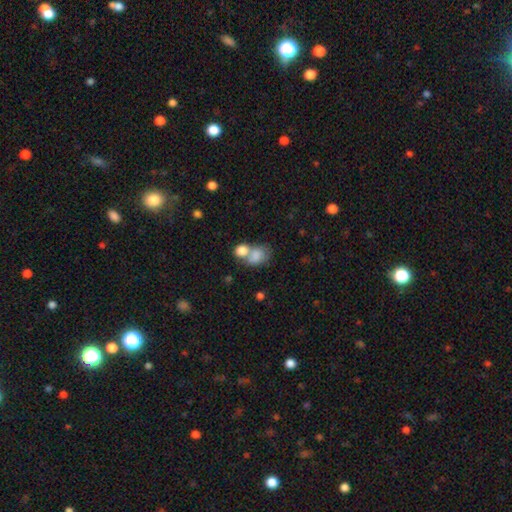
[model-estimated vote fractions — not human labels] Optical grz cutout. It shows a smooth galaxy with no disk features (80%) that is in between round and cigar-shaped (66%). Merging: merger (60%).